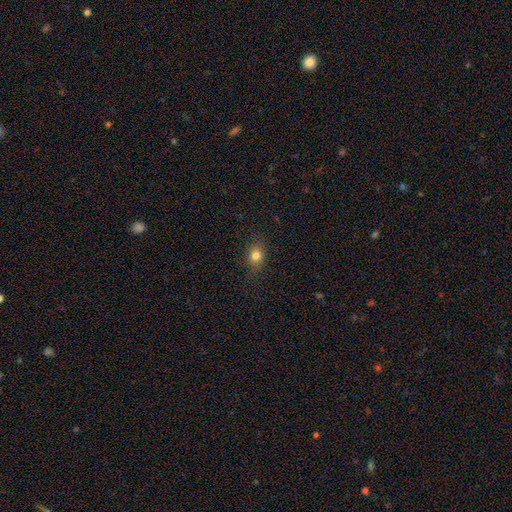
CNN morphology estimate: Smooth or featured? Predicted: smooth (p=0.79). How rounded? Predicted: round (p=0.66). Merging? Predicted: none (p=0.84).